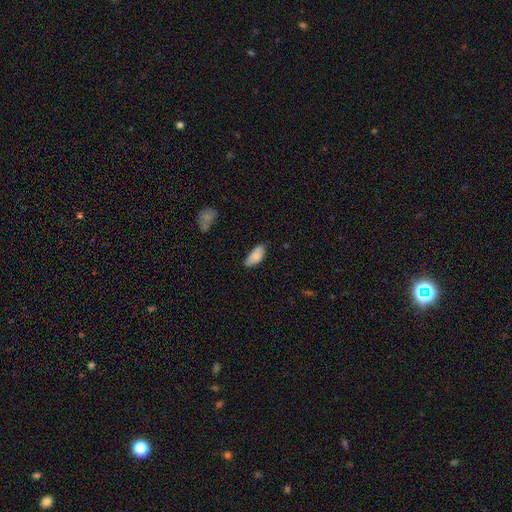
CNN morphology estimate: This appears to be a smooth galaxy with no disk features (82%) that is in between round and cigar-shaped (89%). Merging: none (72%).